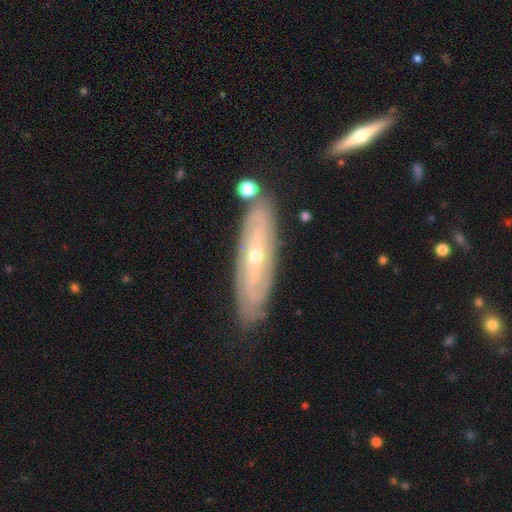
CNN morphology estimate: Smooth or featured?
  - featured or disk: 78% *
  - smooth: 16%
  - star or artifact: 7%
Edge-on disk?
  - no: 73% *
  - yes: 27%
Bar?
  - no: 71% *
  - weak: 21%
  - strong: 8%
Spiral arms?
  - yes: 80% *
  - no: 20%
Bulge size?
  - small: 68% *
  - moderate: 30%
  - large: 1%
  - none: 1%
  - dominant: 1%
Merging?
  - none: 81% *
  - minor disturbance: 13%
  - merger: 3%
  - major disturbance: 3%